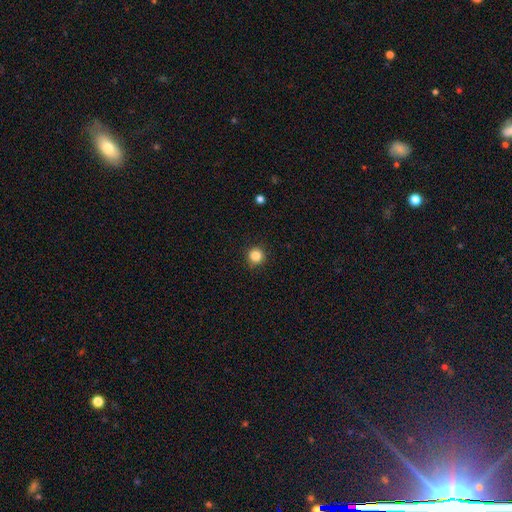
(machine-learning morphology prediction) type=smooth (85%); roundness=round (95%); merging=none (91%).